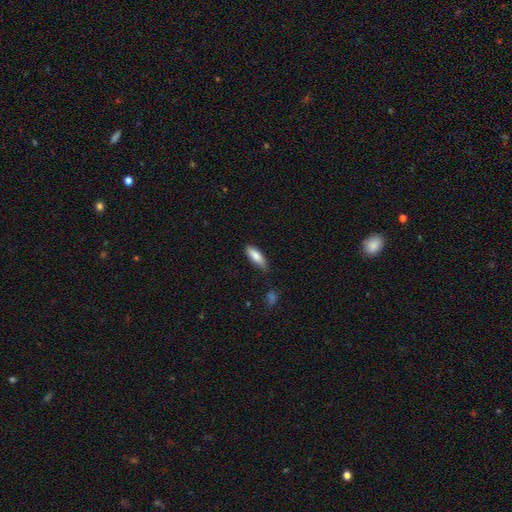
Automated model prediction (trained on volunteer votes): Q: Smooth or featured?
A: smooth (82%); runner-up: featured or disk (12%)
Q: How rounded?
A: in between (55%); runner-up: cigar-shaped (43%)
Q: Merging?
A: none (73%); runner-up: minor disturbance (21%)